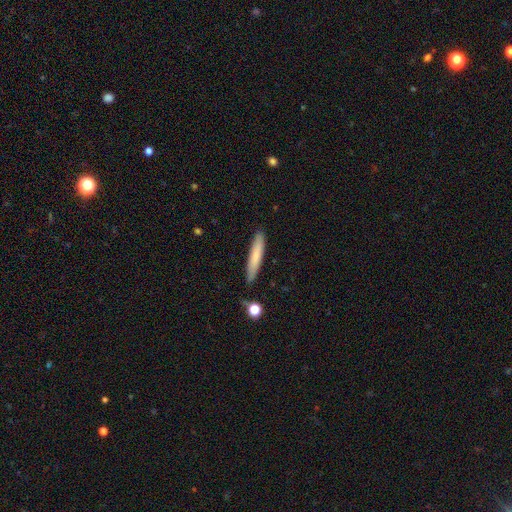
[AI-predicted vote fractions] Smooth or featured? smooth (75%)
How rounded? cigar-shaped (91%)
Merging? none (86%)